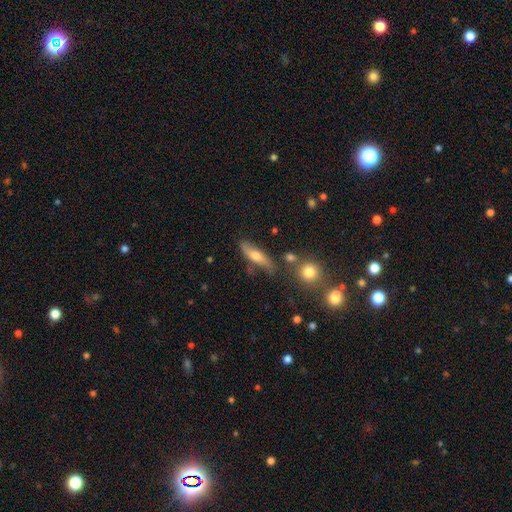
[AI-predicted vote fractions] This is possibly a smooth galaxy (47%). Merging: likely none (68%).